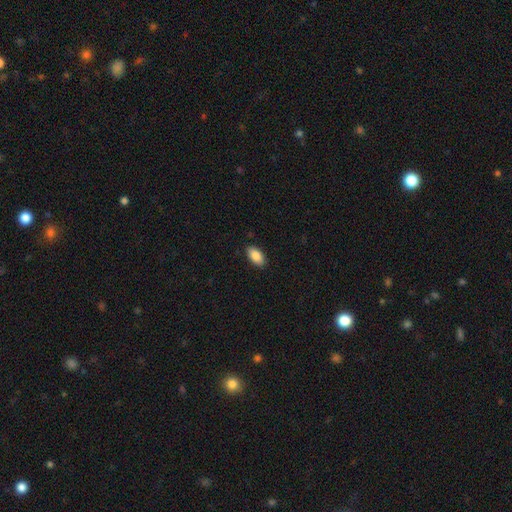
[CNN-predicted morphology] Smooth or featured?
  - smooth: 87% *
  - star or artifact: 7%
  - featured or disk: 6%
How rounded?
  - in between: 94% *
  - cigar-shaped: 4%
  - round: 3%
Merging?
  - none: 88% *
  - minor disturbance: 9%
  - major disturbance: 2%
  - merger: 1%